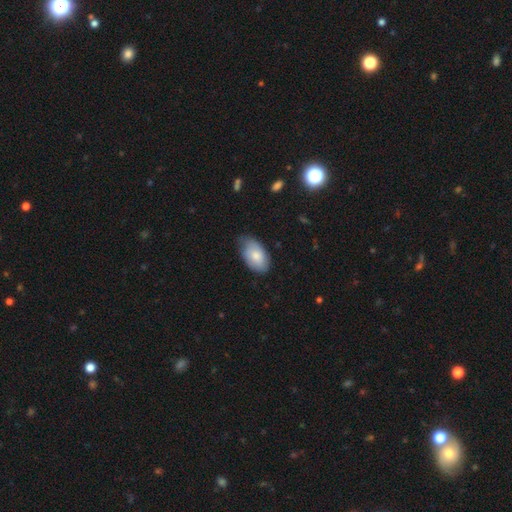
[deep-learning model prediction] Q: Smooth or featured?
A: smooth (79%); runner-up: featured or disk (16%)
Q: How rounded?
A: in between (94%); runner-up: round (4%)
Q: Merging?
A: none (61%); runner-up: minor disturbance (33%)